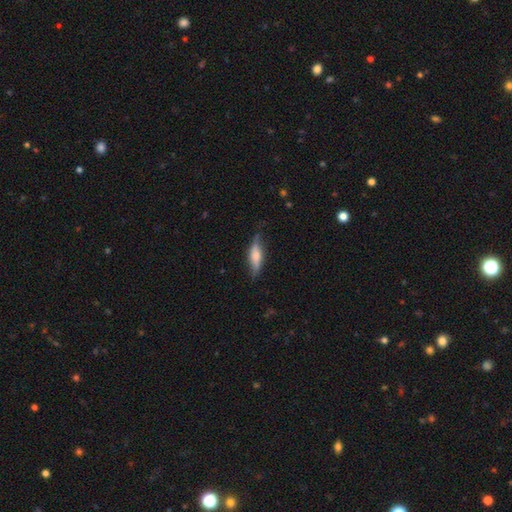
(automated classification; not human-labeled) smooth-or-featured: featured or disk: 48% | smooth: 46% | star or artifact: 6%
  merging: none: 67% | minor disturbance: 25% | major disturbance: 6% | merger: 2%